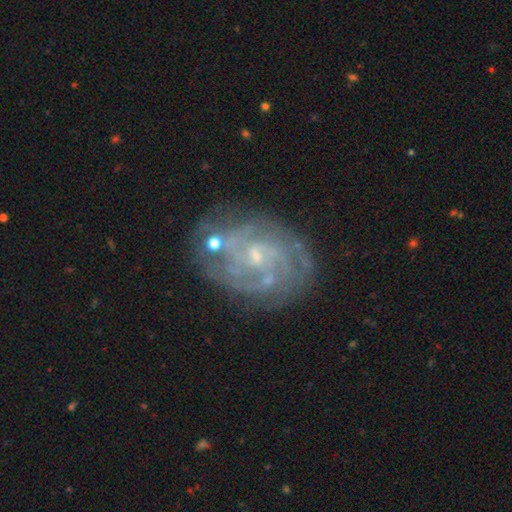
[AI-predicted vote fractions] A featured or disk galaxy (84%) with no bar (66%), tight (65%) spiral arms (94%) and a small central bulge (72%).

Vote fractions:
- Smooth or featured? featured or disk: 84% / smooth: 8% / star or artifact: 8%
- Edge-on disk? no: 97% / yes: 3%
- Bar? no: 66% / weak: 28% / strong: 6%
- Spiral arms? yes: 94% / no: 6%
- Spiral winding? tight: 65% / medium: 29% / loose: 6%
- Spiral arm count? can't tell: 32% / 2: 20% / 3: 18% / 4: 15% / more than 4: 8% / 1: 6%
- Bulge size? small: 72% / moderate: 23% / none: 3% / large: 1% / dominant: 1%
- Merging? none: 76% / minor disturbance: 15% / major disturbance: 6% / merger: 4%